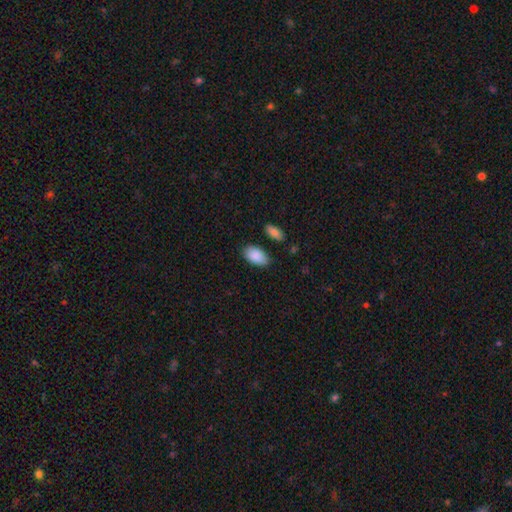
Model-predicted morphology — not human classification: This is clearly a smooth galaxy (90%). How rounded: clearly in between (94%). Merging: likely none (79%).